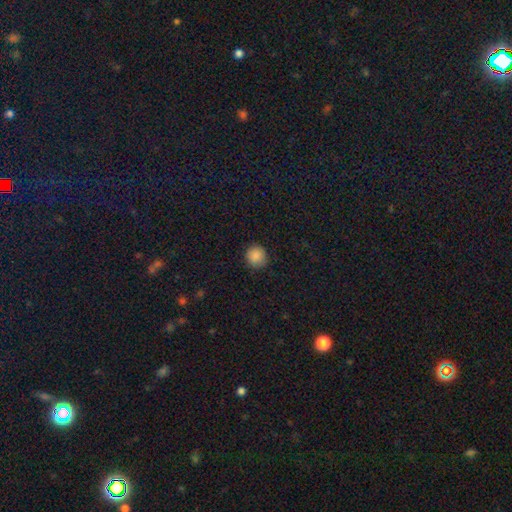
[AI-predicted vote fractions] smooth-or-featured: smooth: 88% | star or artifact: 9% | featured or disk: 3%
  how-rounded: round: 91% | in between: 8% | cigar-shaped: 1%
  merging: none: 88% | minor disturbance: 9% | major disturbance: 2% | merger: 1%